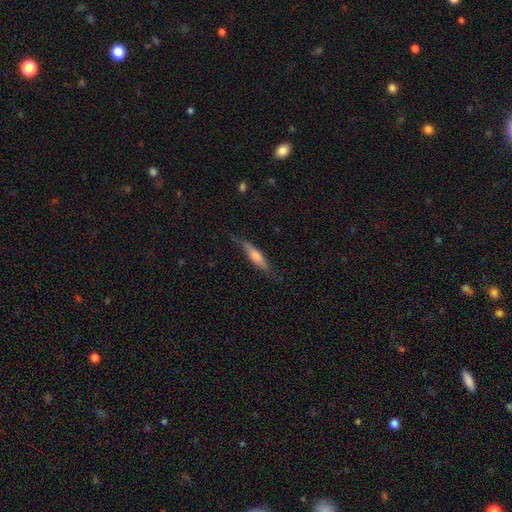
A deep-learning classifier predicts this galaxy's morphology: Smooth or featured? Predicted: featured or disk (p=0.53). Edge-on disk? Predicted: yes (p=0.90). Merging? Predicted: none (p=0.77).